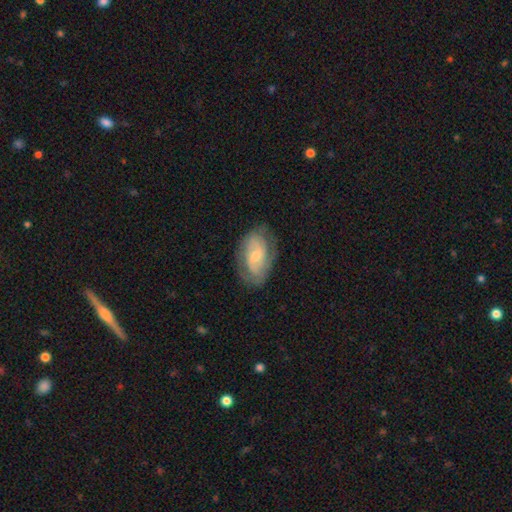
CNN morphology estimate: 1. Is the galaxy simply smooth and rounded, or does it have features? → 62% featured or disk, 32% smooth, 6% star or artifact.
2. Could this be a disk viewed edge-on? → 95% no, 5% yes.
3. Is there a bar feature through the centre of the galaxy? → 49% no, 41% weak, 10% strong.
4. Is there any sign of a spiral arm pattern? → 81% yes, 19% no.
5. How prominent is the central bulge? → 51% small, 41% moderate, 4% large, 3% none, 1% dominant.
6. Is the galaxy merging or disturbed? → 72% none, 20% minor disturbance, 7% major disturbance, 1% merger.